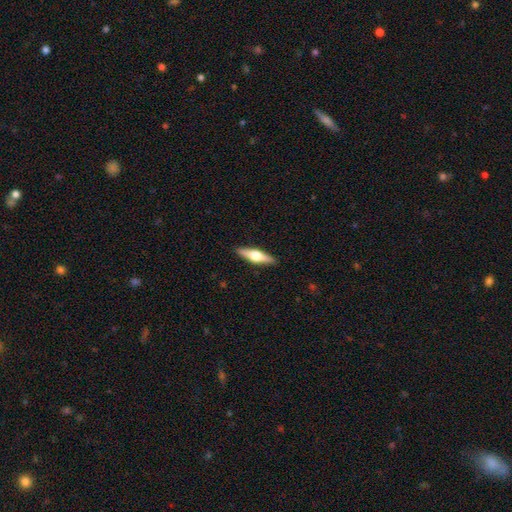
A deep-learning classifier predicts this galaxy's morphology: Smooth or featured: featured or disk — 56% (smooth — 38%)
Edge-on disk: yes — 96% (no — 4%)
Edge-on bulge: rounded — 93% (boxy — 5%)
Merging: none — 91% (minor disturbance — 7%)